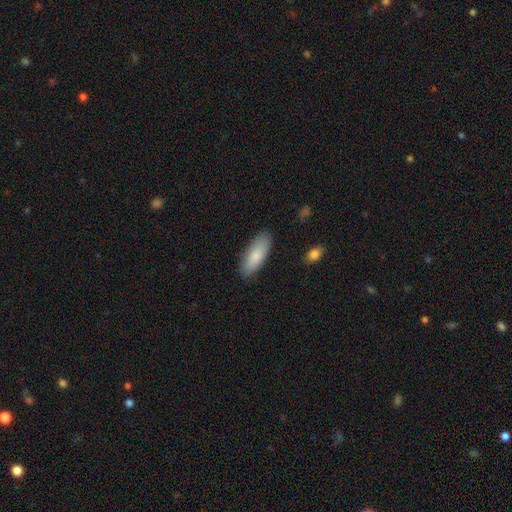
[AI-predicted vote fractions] Smooth or featured: smooth — 83% (featured or disk — 11%)
How rounded: in between — 71% (cigar-shaped — 28%)
Merging: none — 86% (minor disturbance — 10%)